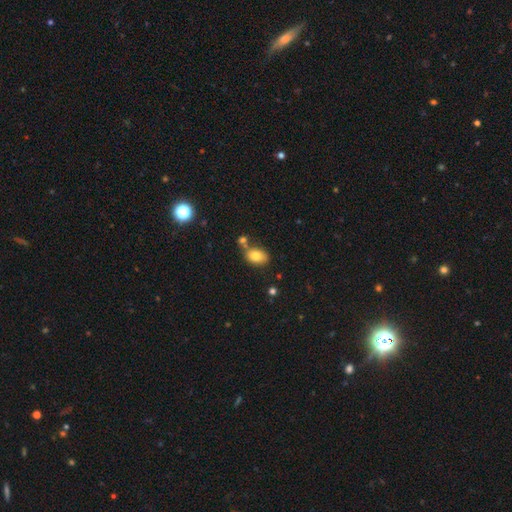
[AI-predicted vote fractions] Smooth or featured: smooth — 79% (featured or disk — 11%)
How rounded: in between — 82% (round — 17%)
Merging: none — 61% (merger — 20%)